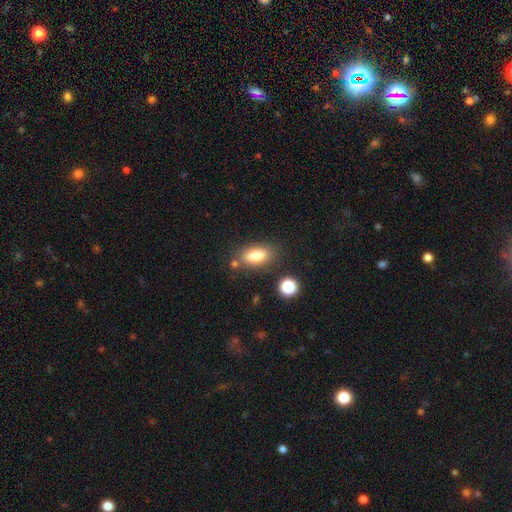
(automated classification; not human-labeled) smooth_or_featured: smooth (p=0.79) [alt: featured or disk p=0.12]
how_rounded: in between (p=0.80) [alt: cigar-shaped p=0.15]
merging: none (p=0.77) [alt: minor disturbance p=0.13]